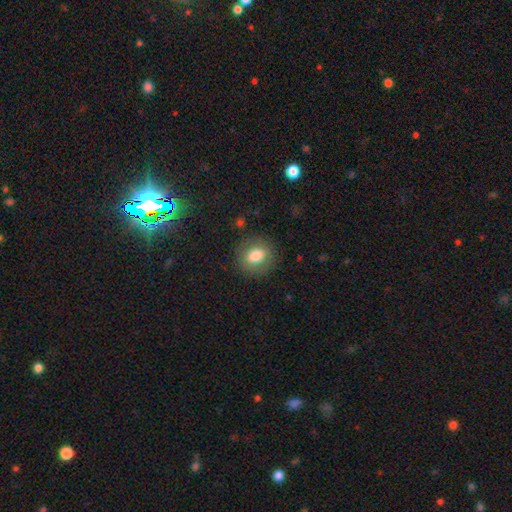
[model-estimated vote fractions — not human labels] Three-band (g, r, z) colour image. It shows a smooth galaxy with no disk features (78%) that is round (68%). Merging: none (85%).